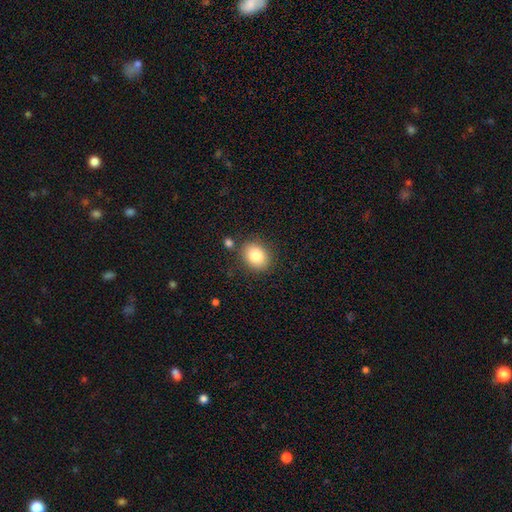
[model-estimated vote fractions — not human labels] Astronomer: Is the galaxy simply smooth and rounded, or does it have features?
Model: smooth — 84%.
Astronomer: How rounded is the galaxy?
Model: round — 52% (runner-up: in between, 47%).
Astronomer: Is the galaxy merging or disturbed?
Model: none — 82%.